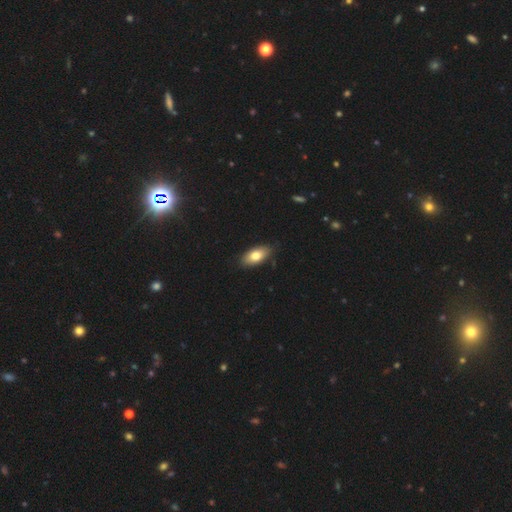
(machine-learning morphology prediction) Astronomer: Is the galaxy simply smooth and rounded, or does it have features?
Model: smooth — 78%.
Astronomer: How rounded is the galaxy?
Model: in between — 90%.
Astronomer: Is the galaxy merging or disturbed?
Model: none — 85%.